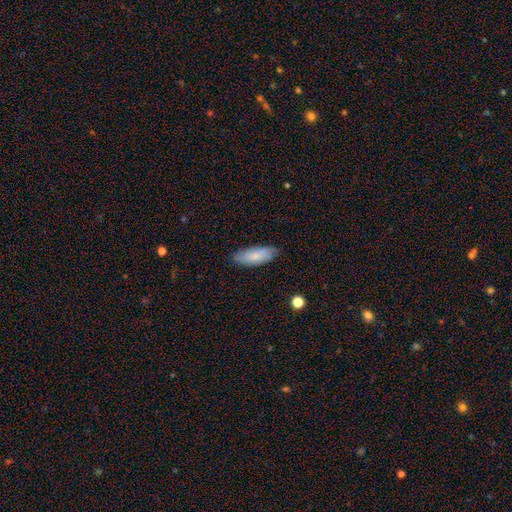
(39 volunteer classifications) smooth 64%, featured or disk 28%, star or artifact 8%. Down the decision tree: how rounded — in between (76%); merging — none (81%).